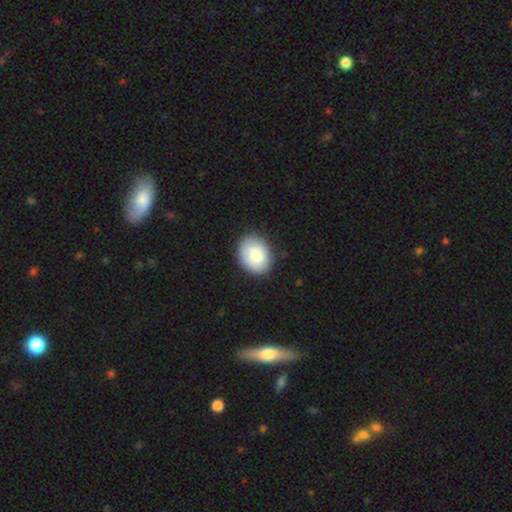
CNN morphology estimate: smooth-or-featured: smooth: 84% | featured or disk: 9% | star or artifact: 7%
  how-rounded: in between: 53% | round: 46% | cigar-shaped: 1%
  merging: none: 83% | minor disturbance: 13% | major disturbance: 3% | merger: 1%